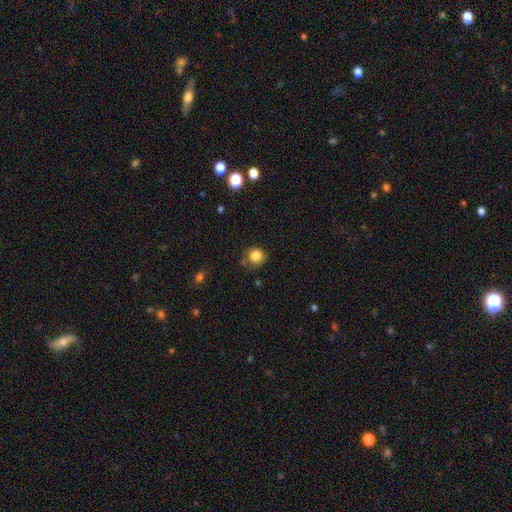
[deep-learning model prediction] A smooth galaxy with no disk features (84%) that is round (86%).

Vote fractions:
- Smooth or featured? smooth: 84% / star or artifact: 11% / featured or disk: 5%
- How rounded? round: 86% / in between: 13% / cigar-shaped: 1%
- Merging? none: 76% / minor disturbance: 16% / major disturbance: 4% / merger: 4%